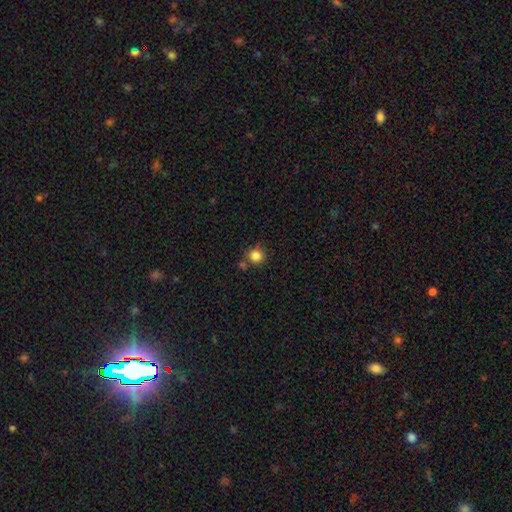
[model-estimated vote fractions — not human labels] Overall: smooth (84%). How rounded: round (90%). Merging: none (74%).